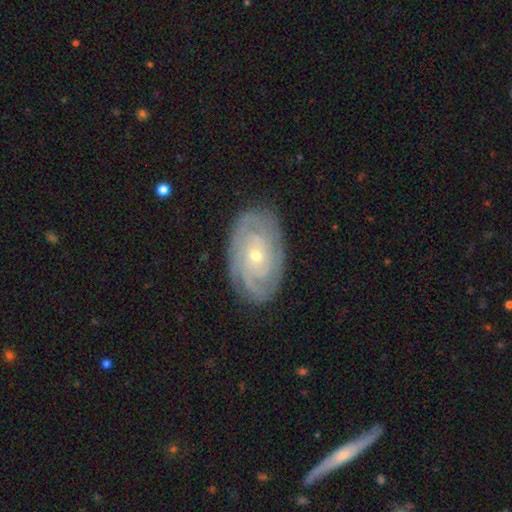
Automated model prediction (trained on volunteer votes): This appears to be a featured or disk galaxy (86%) with no bar (77%), can't tell (26%, tied with 3) tight (78%) spiral arms (96%) and a small central bulge (67%). Merging: none (83%).